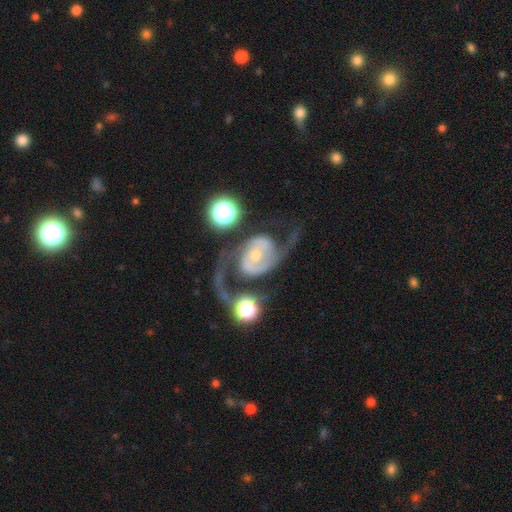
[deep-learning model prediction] Smooth or featured?
  - featured or disk: 88% *
  - smooth: 7%
  - star or artifact: 5%
Edge-on disk?
  - no: 97% *
  - yes: 3%
Bar?
  - no: 57% *
  - weak: 30%
  - strong: 13%
Spiral arms?
  - yes: 94% *
  - no: 6%
Spiral winding?
  - loose: 48% *
  - medium: 40%
  - tight: 12%
Spiral arm count?
  - 2: 91% *
  - 1: 3%
  - can't tell: 3%
  - 3: 1%
  - 4: 1%
  - more than 4: 1%
Bulge size?
  - moderate: 47% *
  - small: 46%
  - large: 4%
  - none: 2%
  - dominant: 2%
Merging?
  - none: 59% *
  - major disturbance: 20%
  - minor disturbance: 15%
  - merger: 6%